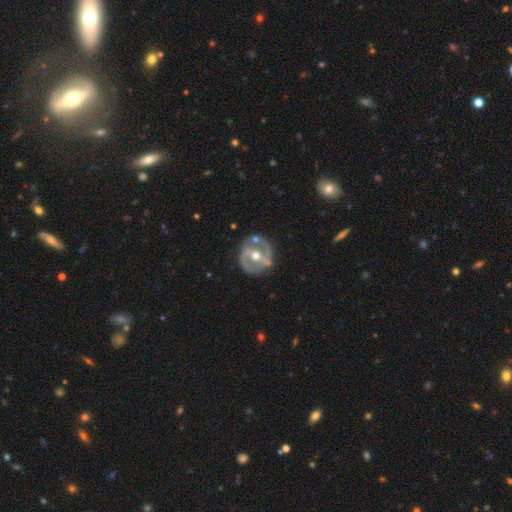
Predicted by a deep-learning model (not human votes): A featured or disk galaxy (83%) with a strong bar (36%), 2 (85%) medium (46%) spiral arms (73%) and a moderate central bulge (76%). Merging: none (77%).